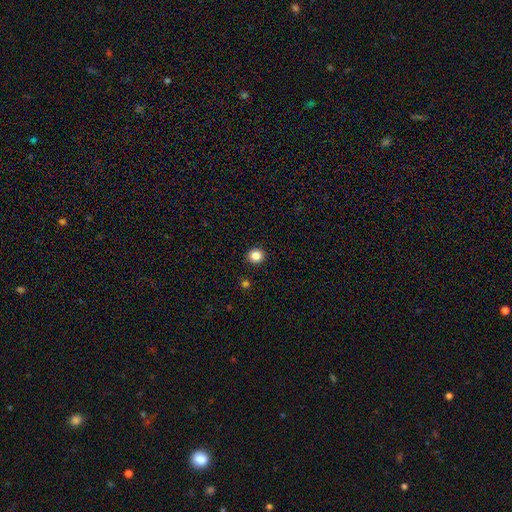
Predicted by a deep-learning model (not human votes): smooth 86%, star or artifact 11%, featured or disk 4%. Down the decision tree: how rounded — round (89%); merging — none (92%).